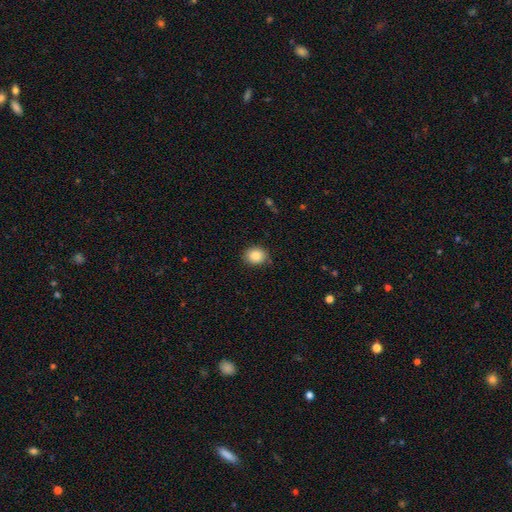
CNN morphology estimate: This appears to be a smooth galaxy with no disk features (87%) that is round (67%). Merging: none (84%).